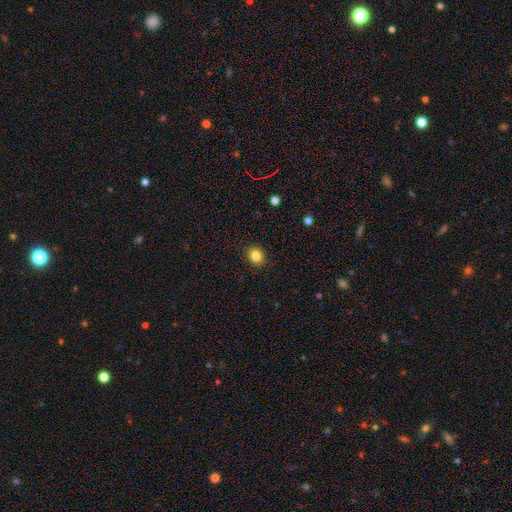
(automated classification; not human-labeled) Smooth or featured: smooth — 84% (star or artifact — 11%)
How rounded: round — 77% (in between — 23%)
Merging: none — 91% (minor disturbance — 6%)